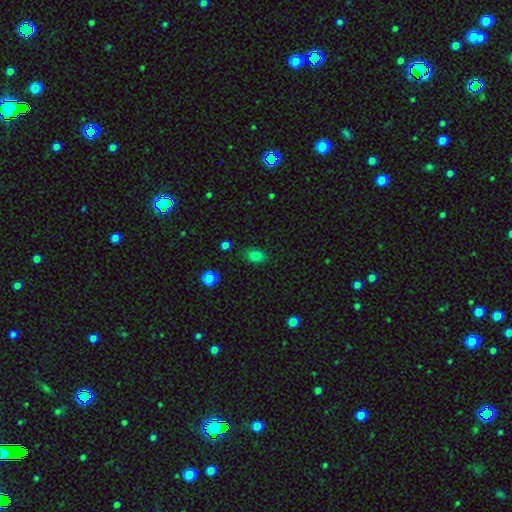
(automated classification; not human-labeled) This is clearly a smooth galaxy (81%). How rounded: likely in between (75%). Merging: clearly none (80%).